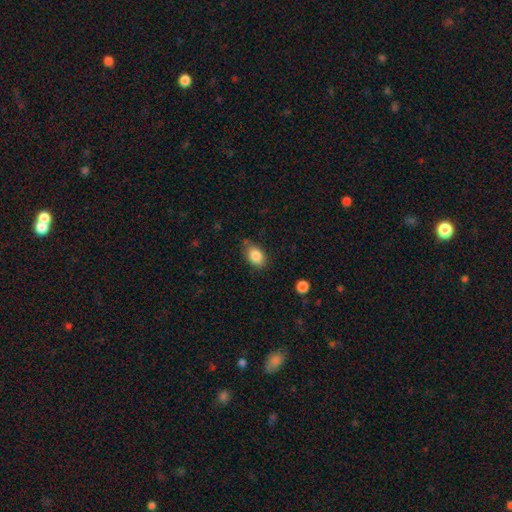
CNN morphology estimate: Smooth or featured: smooth — 86% (star or artifact — 8%)
How rounded: in between — 82% (round — 16%)
Merging: none — 71% (minor disturbance — 22%)